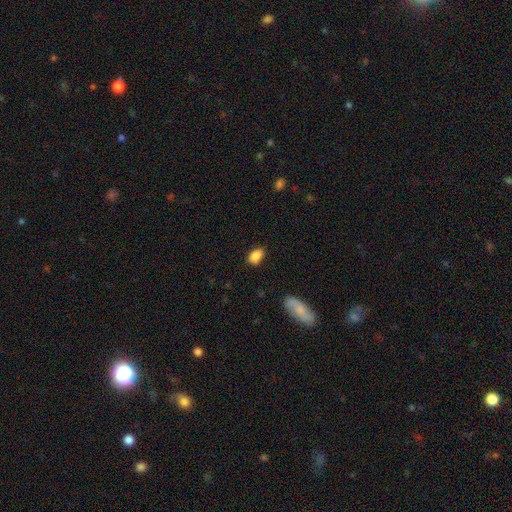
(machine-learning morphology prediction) Q: Smooth or featured?
A: smooth (86%); runner-up: star or artifact (8%)
Q: How rounded?
A: in between (89%); runner-up: round (9%)
Q: Merging?
A: none (81%); runner-up: minor disturbance (14%)